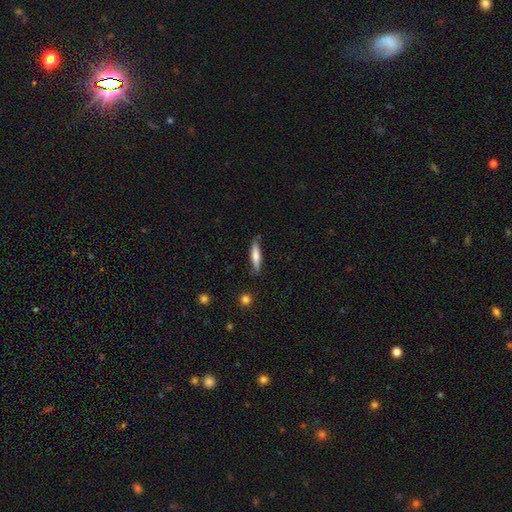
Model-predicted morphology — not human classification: type=smooth (68%); roundness=cigar-shaped (82%); merging=none (84%).